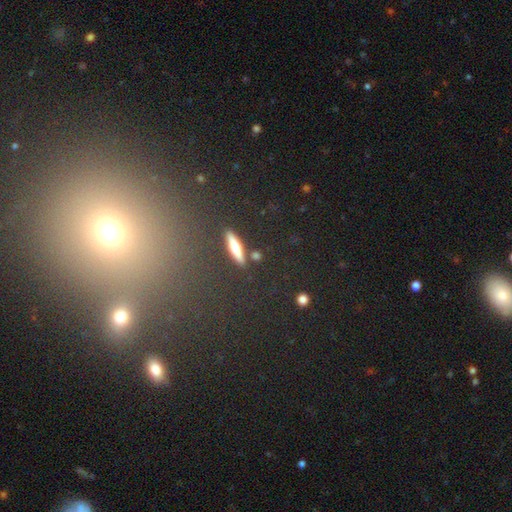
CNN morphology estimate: Q: Smooth or featured?
A: smooth (58%); runner-up: featured or disk (26%)
Q: How rounded?
A: cigar-shaped (66%); runner-up: in between (22%)
Q: Merging?
A: none (84%); runner-up: minor disturbance (9%)